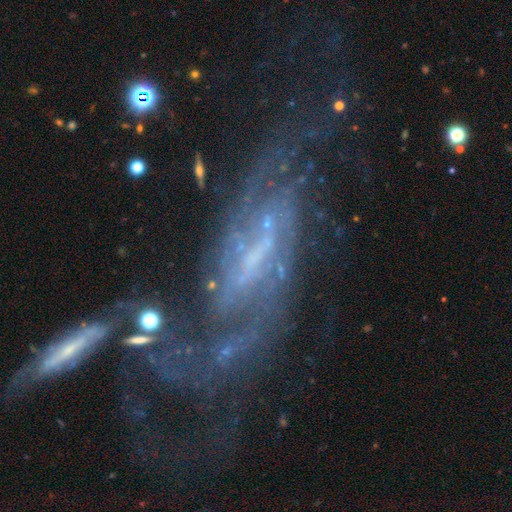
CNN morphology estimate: Smooth or featured?
  - featured or disk: 84% *
  - star or artifact: 8%
  - smooth: 7%
Edge-on disk?
  - no: 92% *
  - yes: 8%
Bar?
  - weak: 41% *
  - strong: 40%
  - no: 20%
Spiral arms?
  - yes: 92% *
  - no: 8%
Spiral winding?
  - medium: 44% *
  - loose: 30%
  - tight: 26%
Spiral arm count?
  - 2: 57% *
  - can't tell: 20%
  - 3: 8%
  - 1: 5%
  - 4: 5%
  - more than 4: 4%
Bulge size?
  - small: 38% * (tied)
  - none: 38% * (tied)
  - moderate: 19%
  - large: 3%
  - dominant: 2%
Merging?
  - none: 46% *
  - major disturbance: 24%
  - minor disturbance: 19%
  - merger: 11%